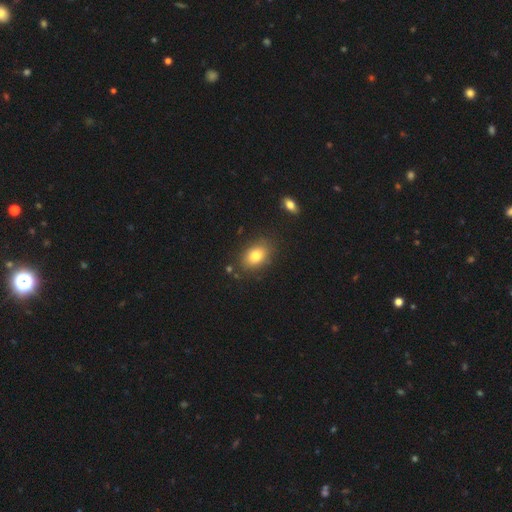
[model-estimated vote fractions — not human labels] Smooth or featured? Predicted: smooth (p=0.81). How rounded? Predicted: in between (p=0.81). Merging? Predicted: none (p=0.82).